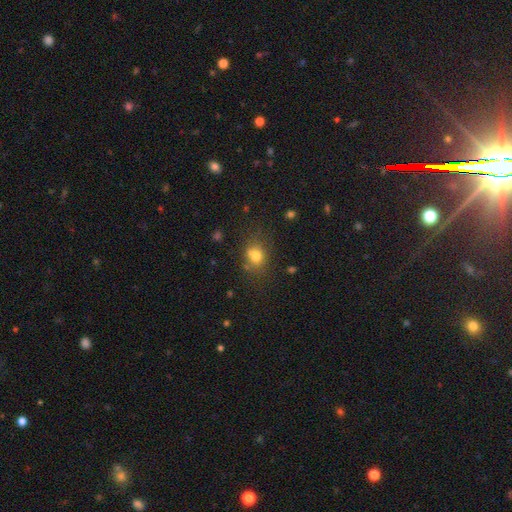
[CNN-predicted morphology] smooth-or-featured: smooth: 73% | star or artifact: 15% | featured or disk: 12%
  how-rounded: round: 60% | in between: 39% | cigar-shaped: 1%
  merging: none: 59% | minor disturbance: 18% | merger: 16% | major disturbance: 7%